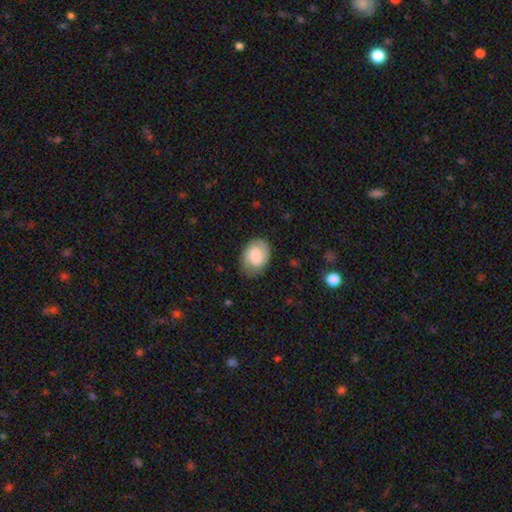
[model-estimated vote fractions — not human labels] This is likely a smooth galaxy (62%). How rounded: likely in between (73%). Merging: likely none (77%).